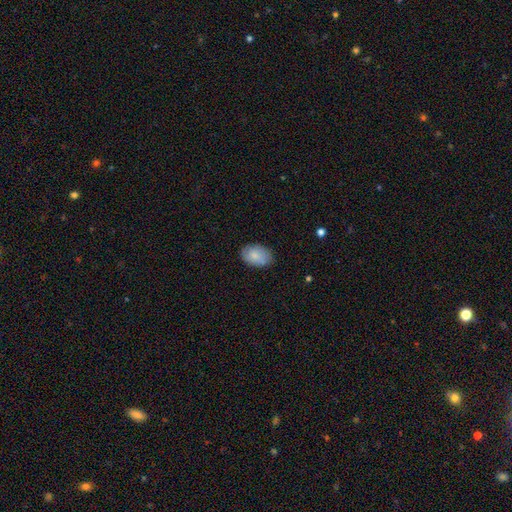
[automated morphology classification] Q: Smooth or featured?
A: smooth (82%); runner-up: featured or disk (12%)
Q: How rounded?
A: in between (90%); runner-up: round (9%)
Q: Merging?
A: none (81%); runner-up: minor disturbance (15%)